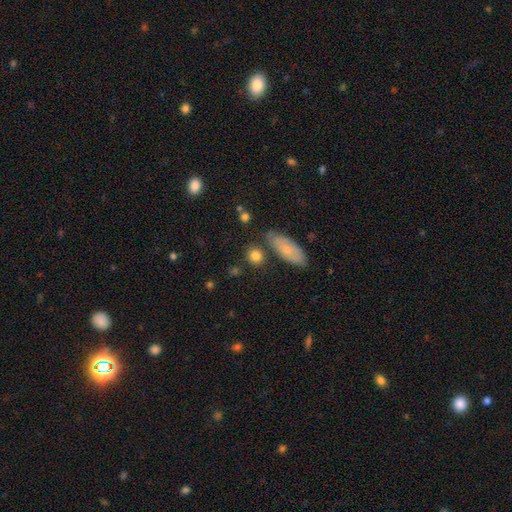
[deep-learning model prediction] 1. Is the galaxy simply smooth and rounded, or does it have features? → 84% smooth, 9% star or artifact, 7% featured or disk.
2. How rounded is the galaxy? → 78% round, 18% in between, 4% cigar-shaped.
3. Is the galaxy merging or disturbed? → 78% none, 11% minor disturbance, 8% merger, 3% major disturbance.